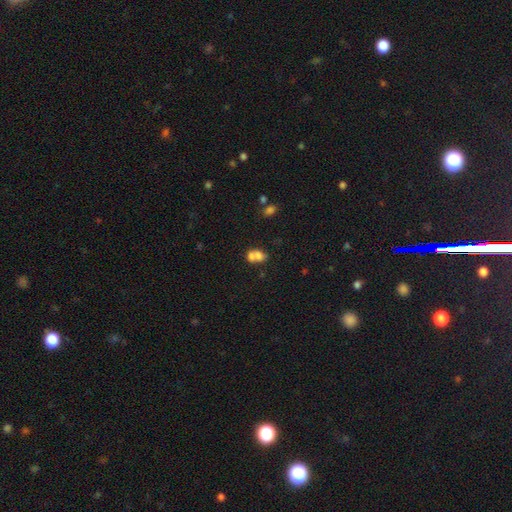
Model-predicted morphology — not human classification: type=smooth (67%); roundness=in between (54%); merging=merger (65%).